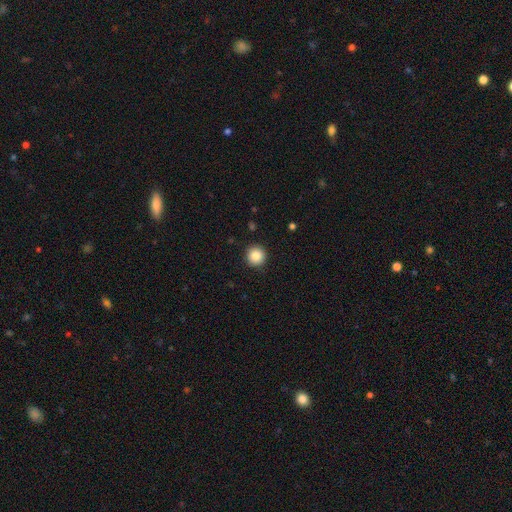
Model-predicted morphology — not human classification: Smooth or featured: smooth — 86% (star or artifact — 10%)
How rounded: round — 95% (in between — 4%)
Merging: none — 92% (minor disturbance — 5%)